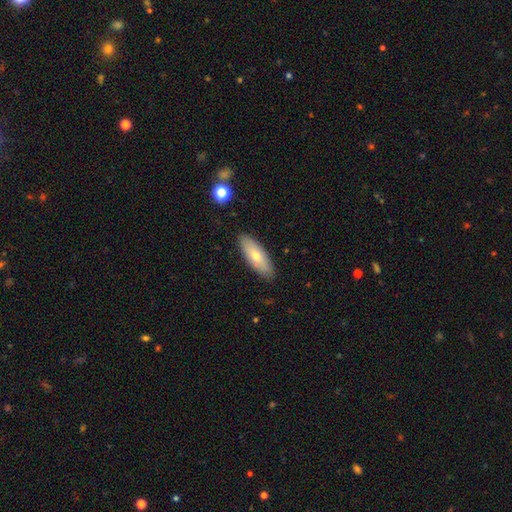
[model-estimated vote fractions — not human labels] This is likely a smooth galaxy (65%). How rounded: likely in between (62%). Merging: clearly none (88%).